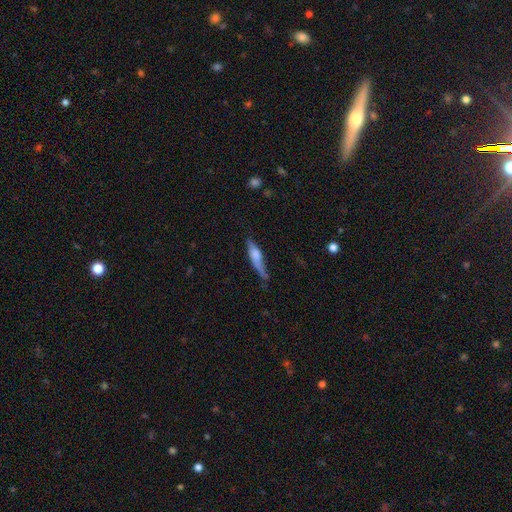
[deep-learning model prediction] Smooth or featured? Predicted: smooth (p=0.57). How rounded? Predicted: cigar-shaped (p=0.76). Merging? Predicted: none (p=0.51).